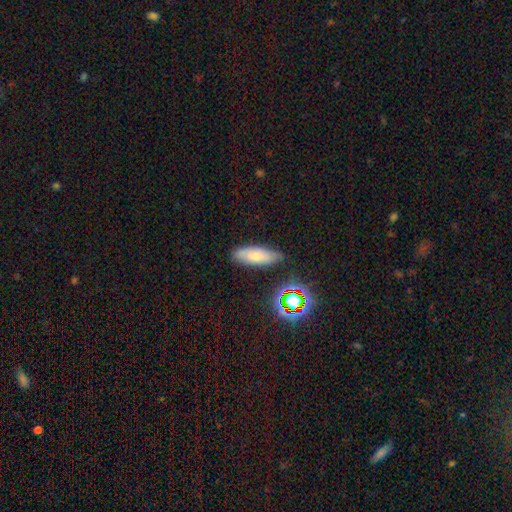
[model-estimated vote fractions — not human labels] Smooth or featured?
  - smooth: 71% *
  - featured or disk: 17%
  - star or artifact: 12%
How rounded?
  - in between: 62% *
  - cigar-shaped: 35%
  - round: 3%
Merging?
  - none: 77% *
  - minor disturbance: 16%
  - major disturbance: 4%
  - merger: 3%